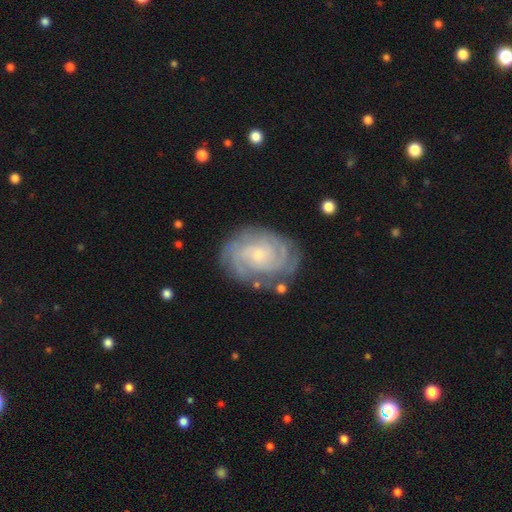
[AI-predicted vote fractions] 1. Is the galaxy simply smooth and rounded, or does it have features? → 78% featured or disk, 13% smooth, 9% star or artifact.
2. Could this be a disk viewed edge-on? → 97% no, 3% yes.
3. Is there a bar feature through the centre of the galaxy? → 70% no, 25% weak, 5% strong.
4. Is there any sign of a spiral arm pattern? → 95% yes, 5% no.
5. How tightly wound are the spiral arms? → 73% tight, 22% medium, 5% loose.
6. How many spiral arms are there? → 37% can't tell, 21% 2, 17% 3, 12% 4, 7% more than 4, 6% 1.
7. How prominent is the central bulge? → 68% small, 25% moderate, 4% none, 2% large, 1% dominant.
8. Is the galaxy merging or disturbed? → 79% none, 15% minor disturbance, 5% major disturbance, 2% merger.